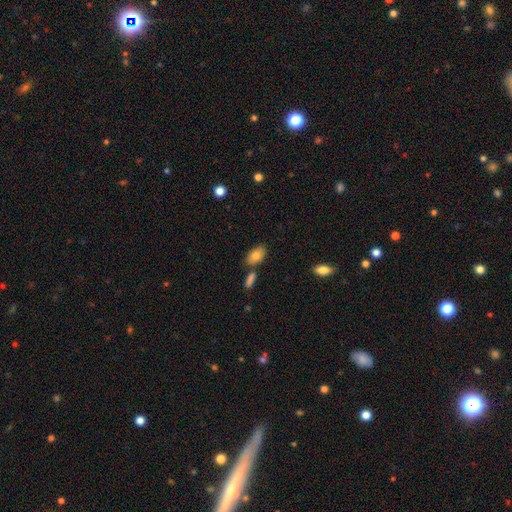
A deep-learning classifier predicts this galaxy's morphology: Smooth or featured?
  - smooth: 80% *
  - featured or disk: 12%
  - star or artifact: 7%
How rounded?
  - in between: 91% *
  - round: 7%
  - cigar-shaped: 2%
Merging?
  - none: 69% *
  - merger: 15%
  - minor disturbance: 13%
  - major disturbance: 3%